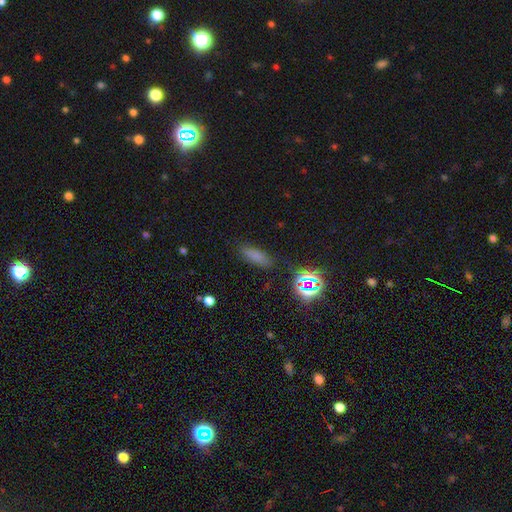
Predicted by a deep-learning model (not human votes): This appears to be a smooth galaxy with no disk features (71%) that is in between round and cigar-shaped (62%). Merging: none (81%).